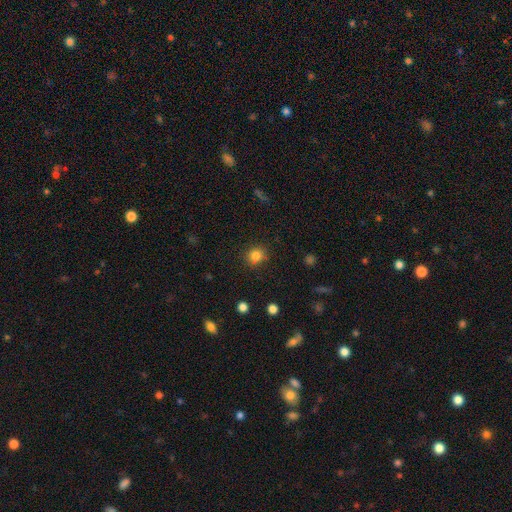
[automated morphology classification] This is clearly a smooth galaxy (82%). How rounded: clearly round (83%). Merging: clearly none (83%).